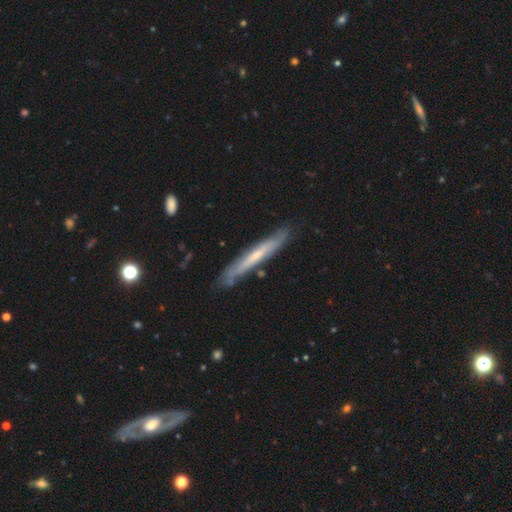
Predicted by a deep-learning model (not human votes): This is possibly a featured or disk galaxy (56%). It is clearly viewed edge-on (82%). Merging: likely none (79%).